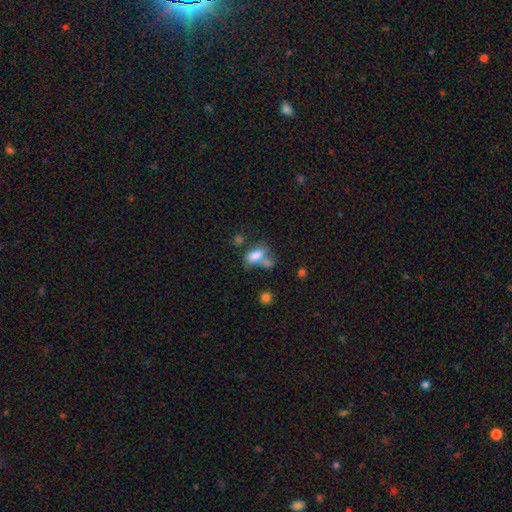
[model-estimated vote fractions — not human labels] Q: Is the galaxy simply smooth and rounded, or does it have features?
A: smooth — 75%.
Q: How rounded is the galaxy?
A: in between — 84%.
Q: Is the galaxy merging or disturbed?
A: merger — 38%.